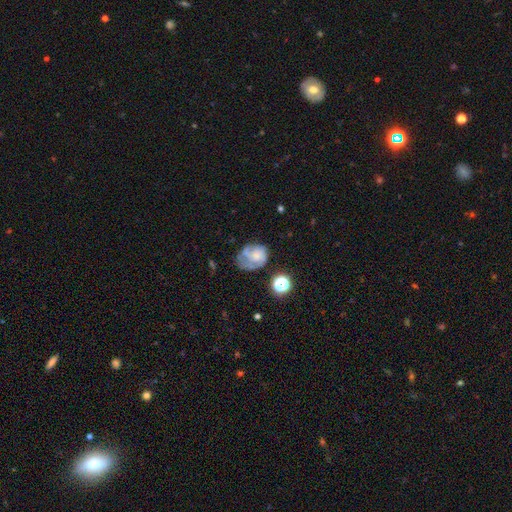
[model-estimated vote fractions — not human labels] featured or disk 54%, smooth 35%, star or artifact 11%. Down the decision tree: edge-on disk — no (98%); bar — no (80%); spiral arms — yes (70%); bulge size — none (35%); merging — none (42%).